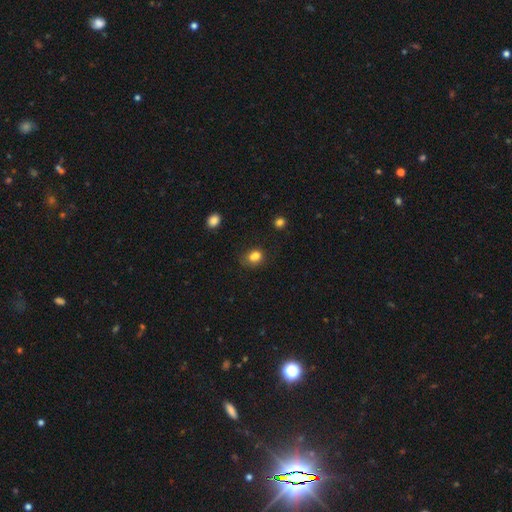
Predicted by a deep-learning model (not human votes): Smooth or featured?
  - smooth: 78% *
  - star or artifact: 13%
  - featured or disk: 9%
How rounded?
  - round: 52% *
  - in between: 47%
  - cigar-shaped: 1%
Merging?
  - none: 48% *
  - merger: 22%
  - minor disturbance: 22%
  - major disturbance: 8%